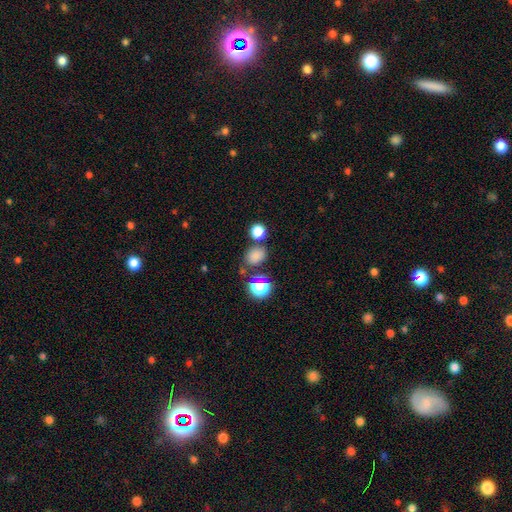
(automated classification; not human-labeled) This is likely a smooth galaxy (76%). How rounded: possibly round (51%). Merging: likely none (69%).